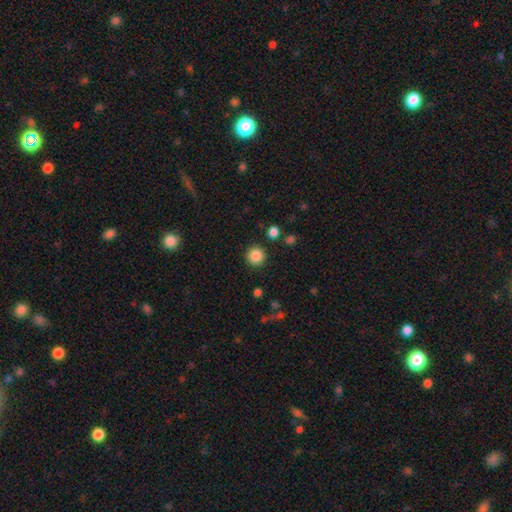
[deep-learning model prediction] This appears to be a smooth galaxy with no disk features (86%) that is round (94%). Merging: none (90%).